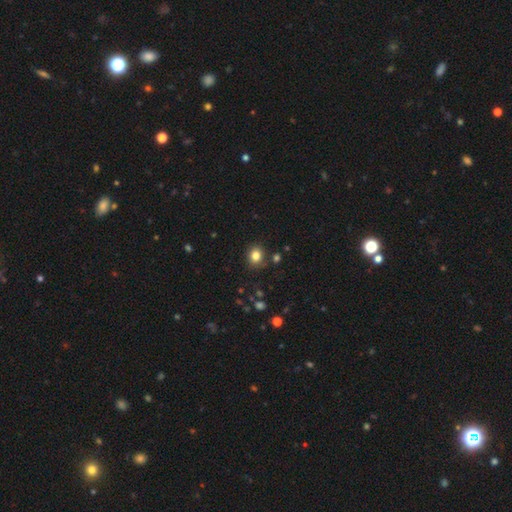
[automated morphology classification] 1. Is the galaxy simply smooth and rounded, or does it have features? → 82% smooth, 12% star or artifact, 6% featured or disk.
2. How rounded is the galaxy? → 69% round, 30% in between, 1% cigar-shaped.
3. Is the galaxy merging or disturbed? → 85% none, 9% minor disturbance, 3% merger, 3% major disturbance.